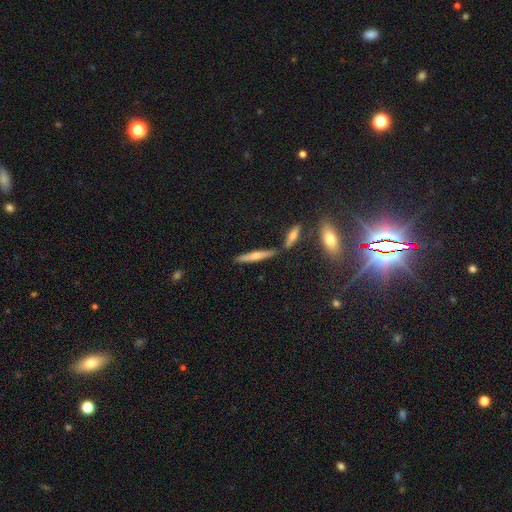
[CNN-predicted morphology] This is possibly a smooth galaxy (48%). Merging: likely none (76%).